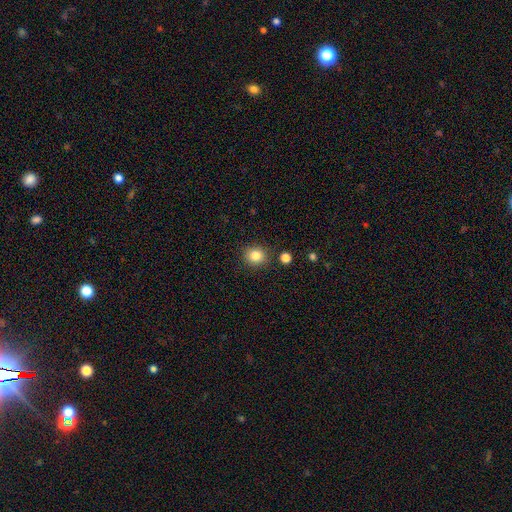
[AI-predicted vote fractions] Smooth or featured? smooth (84%)
How rounded? round (84%)
Merging? none (87%)